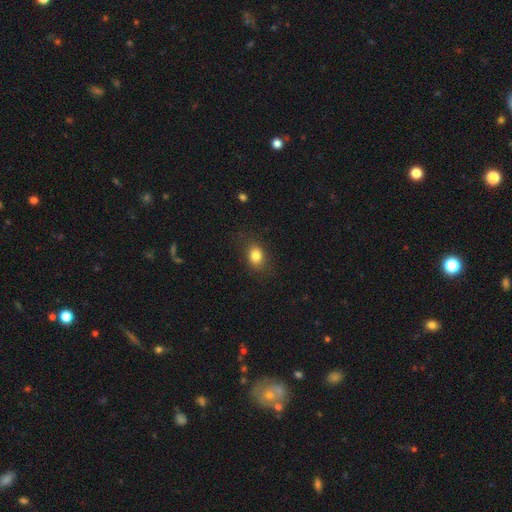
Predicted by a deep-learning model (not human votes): Morphology: type=smooth (82%); roundness=in between (61%); merging=none (80%).